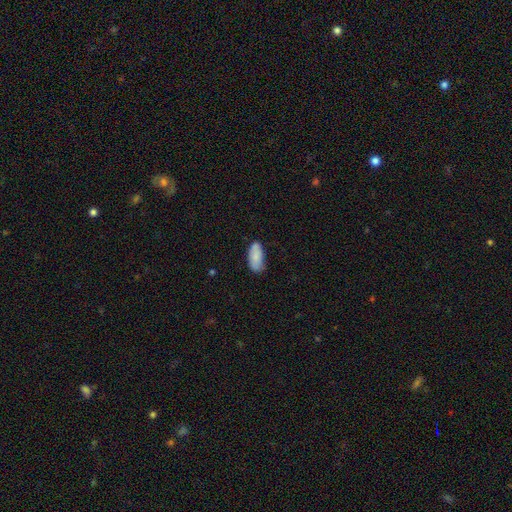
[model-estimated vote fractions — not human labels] Smooth or featured? smooth (83%)
How rounded? in between (89%)
Merging? none (68%)